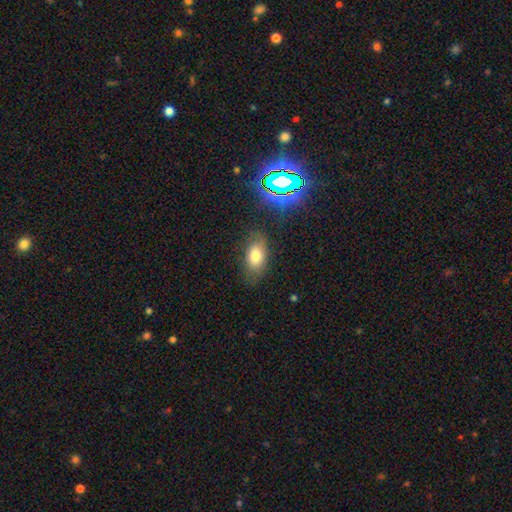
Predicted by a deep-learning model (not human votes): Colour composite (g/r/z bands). It shows a smooth galaxy with no disk features (74%) that is in between round and cigar-shaped (88%). Merging: none (77%).